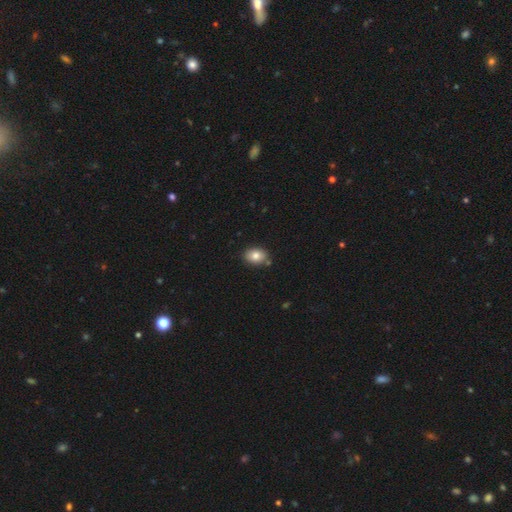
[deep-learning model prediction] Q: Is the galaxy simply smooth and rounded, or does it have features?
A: smooth — 82%.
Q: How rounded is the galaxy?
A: in between — 69%.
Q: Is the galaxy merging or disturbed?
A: none — 81%.